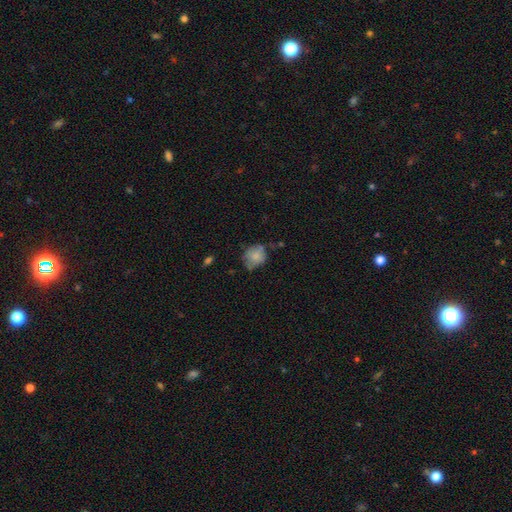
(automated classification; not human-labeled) Smooth or featured? smooth (75%)
How rounded? round (68%)
Merging? none (53%)